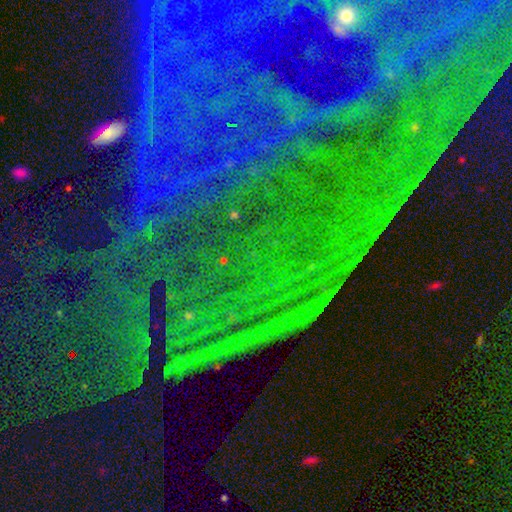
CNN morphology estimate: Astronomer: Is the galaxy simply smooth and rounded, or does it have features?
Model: star or artifact — 84%.